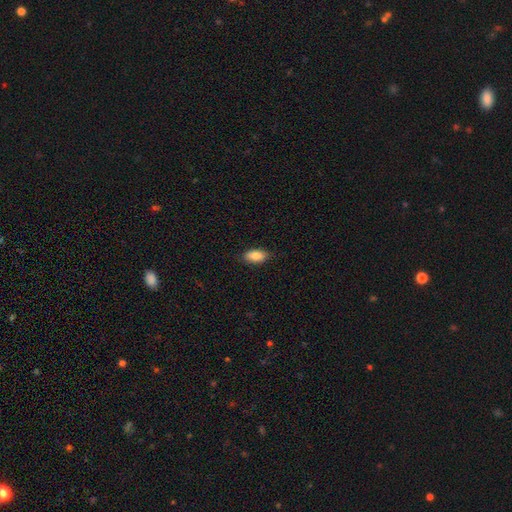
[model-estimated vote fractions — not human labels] Q: Smooth or featured?
A: smooth (82%); runner-up: featured or disk (11%)
Q: How rounded?
A: in between (91%); runner-up: cigar-shaped (5%)
Q: Merging?
A: none (85%); runner-up: minor disturbance (12%)